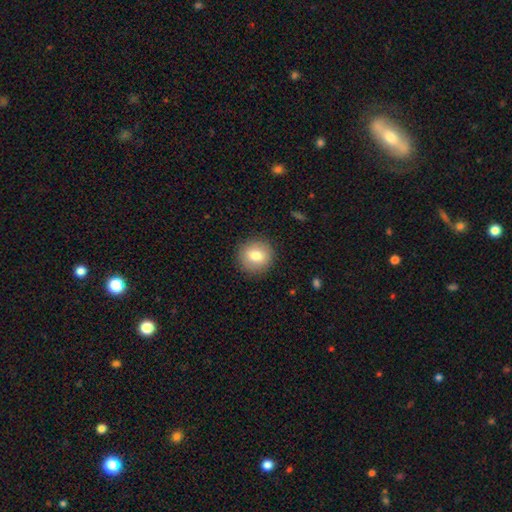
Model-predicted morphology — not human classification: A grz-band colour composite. It shows a smooth galaxy with no disk features (78%) that is round (91%). Merging: none (90%).